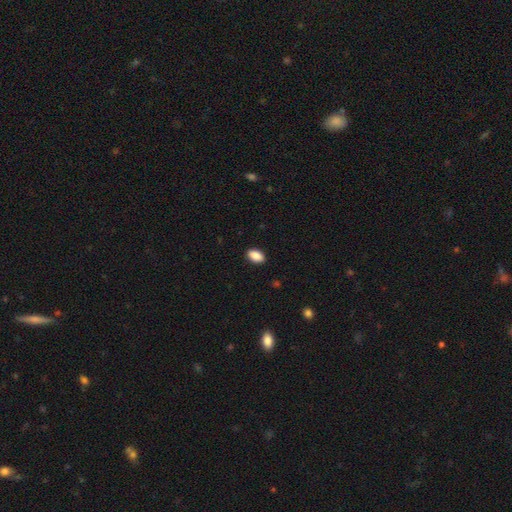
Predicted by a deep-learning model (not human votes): This appears to be a smooth galaxy with no disk features (89%) that is in between round and cigar-shaped (92%). Merging: none (89%).